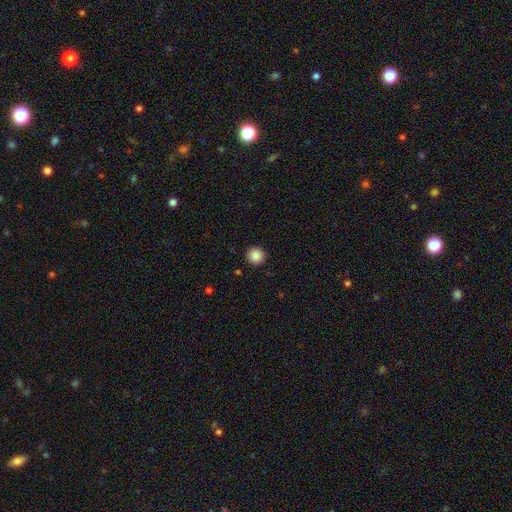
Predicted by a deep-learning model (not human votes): This appears to be a smooth galaxy with no disk features (87%) that is round (96%). Merging: none (92%).